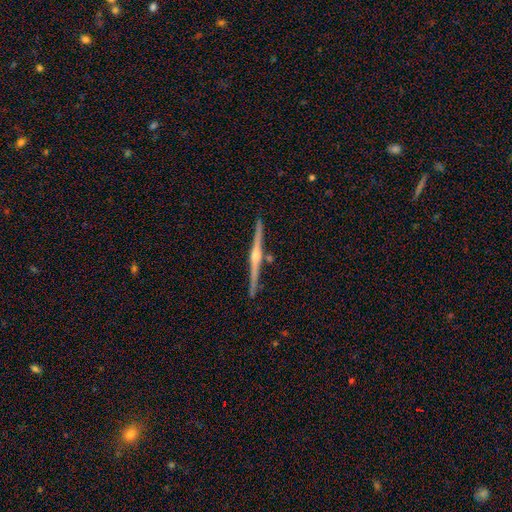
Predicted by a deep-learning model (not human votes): Smooth or featured? Predicted: featured or disk (p=0.86). Edge-on disk? Predicted: yes (p=0.99). Edge-on bulge? Predicted: rounded (p=0.85). Merging? Predicted: none (p=0.92).